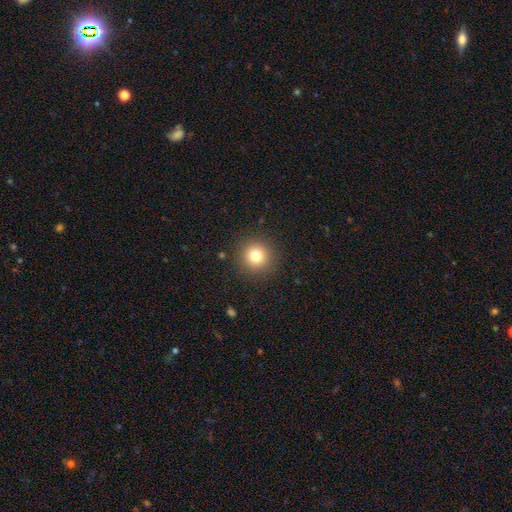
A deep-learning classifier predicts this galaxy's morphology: A smooth galaxy with no disk features (78%) that is round (95%). Merging: none (91%).